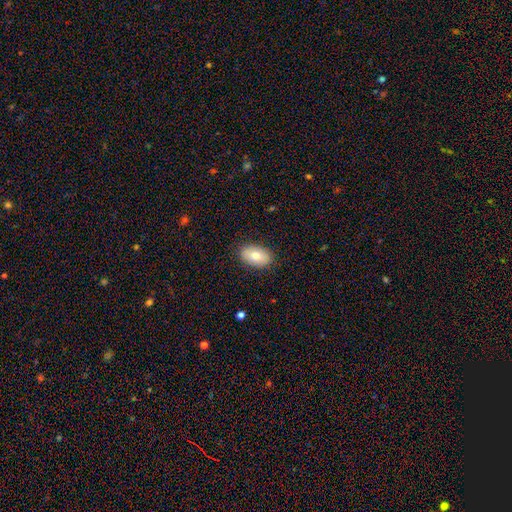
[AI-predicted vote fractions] The model was most divided on "smooth or featured": smooth: 76%, featured or disk: 17%, star or artifact: 7%. More confident: how rounded — in between (91%); merging — none (86%).